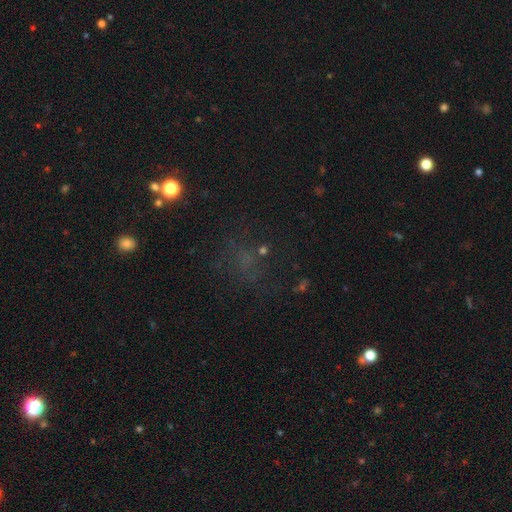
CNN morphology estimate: smooth-or-featured: star or artifact: 47% | smooth: 34% | featured or disk: 18%